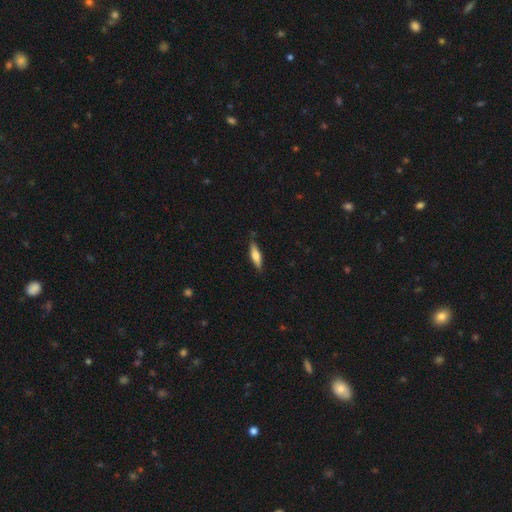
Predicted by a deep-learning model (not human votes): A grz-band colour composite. It shows a smooth galaxy with no disk features (67%) that is cigar-shaped (62%). Merging: none (80%).